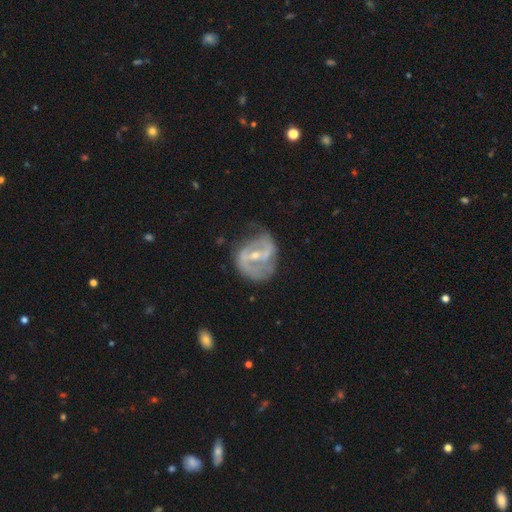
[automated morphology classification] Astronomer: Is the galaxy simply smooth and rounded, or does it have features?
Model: featured or disk — 82%.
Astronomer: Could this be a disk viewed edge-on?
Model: no — 96%.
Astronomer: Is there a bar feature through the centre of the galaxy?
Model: strong — 50% (runner-up: weak, 35%).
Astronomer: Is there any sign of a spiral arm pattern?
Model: yes — 79%.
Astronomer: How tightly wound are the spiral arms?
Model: medium — 45% (runner-up: loose, 29%).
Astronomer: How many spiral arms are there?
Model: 2 — 74%.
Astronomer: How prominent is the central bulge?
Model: small — 52% (runner-up: moderate, 45%).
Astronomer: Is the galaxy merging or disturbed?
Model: none — 52% (runner-up: minor disturbance, 28%).